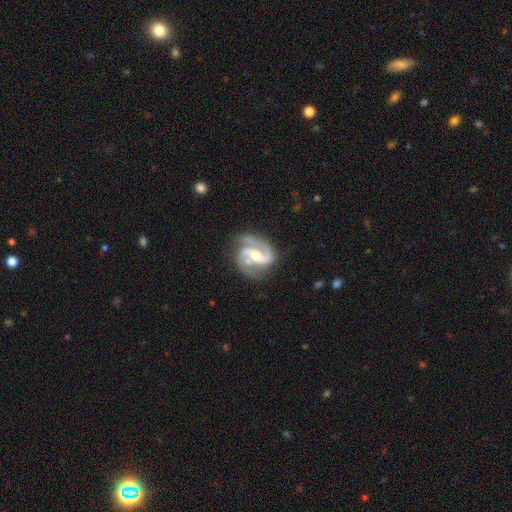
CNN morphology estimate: Smooth or featured? Predicted: featured or disk (p=0.91). Edge-on disk? Predicted: no (p=0.98). Bar? Predicted: strong (p=0.40). Spiral arms? Predicted: yes (p=0.98). Spiral winding? Predicted: medium (p=0.59). Spiral arm count? Predicted: 2 (p=0.87). Bulge size? Predicted: moderate (p=0.65). Merging? Predicted: none (p=0.72).